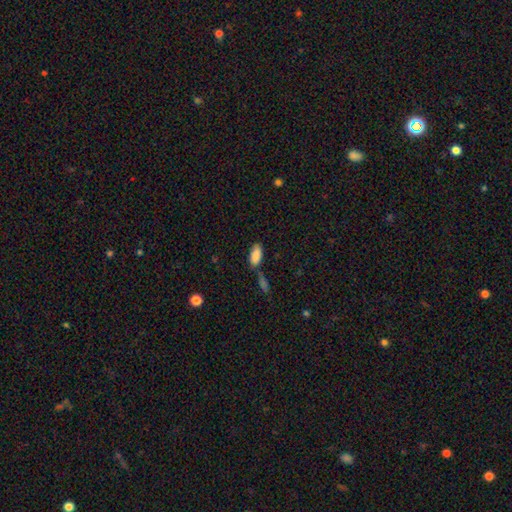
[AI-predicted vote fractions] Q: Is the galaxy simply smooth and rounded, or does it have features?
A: smooth — 87%.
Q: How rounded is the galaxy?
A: in between — 90%.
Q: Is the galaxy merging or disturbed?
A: none — 58%.